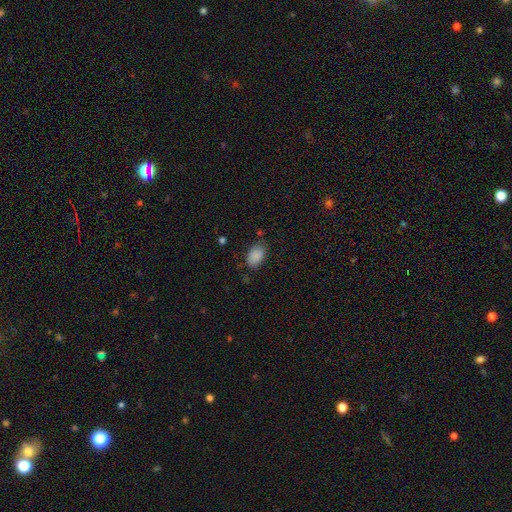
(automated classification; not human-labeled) Smooth or featured? Predicted: smooth (p=0.88). How rounded? Predicted: in between (p=0.88). Merging? Predicted: none (p=0.76).